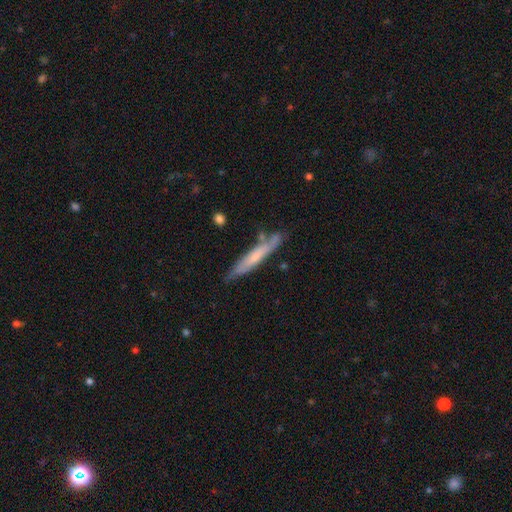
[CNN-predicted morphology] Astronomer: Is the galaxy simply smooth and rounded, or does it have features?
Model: smooth — 53% (runner-up: featured or disk, 41%).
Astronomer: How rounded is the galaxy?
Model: cigar-shaped — 92%.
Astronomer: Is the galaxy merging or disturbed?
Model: none — 73%.